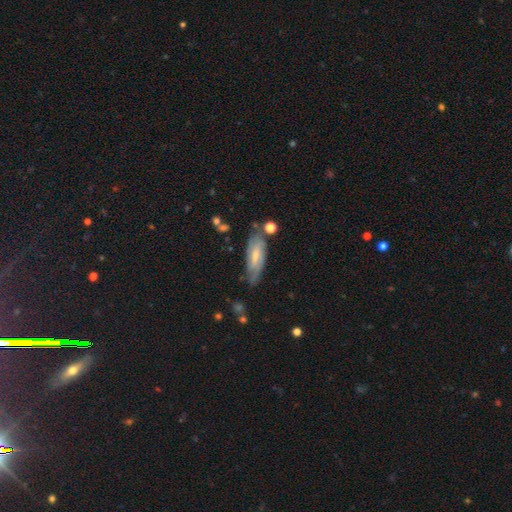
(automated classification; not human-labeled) Smooth or featured: featured or disk — 56% (smooth — 36%)
Edge-on disk: no — 75% (yes — 25%)
Merging: none — 69% (minor disturbance — 20%)